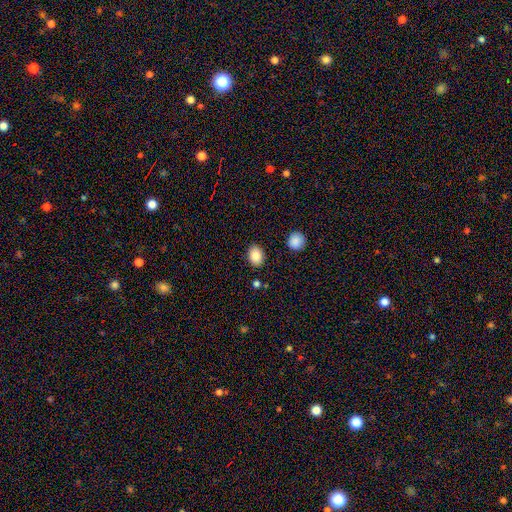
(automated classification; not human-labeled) smooth 85%, star or artifact 8%, featured or disk 6%. Down the decision tree: how rounded — in between (73%); merging — none (87%).